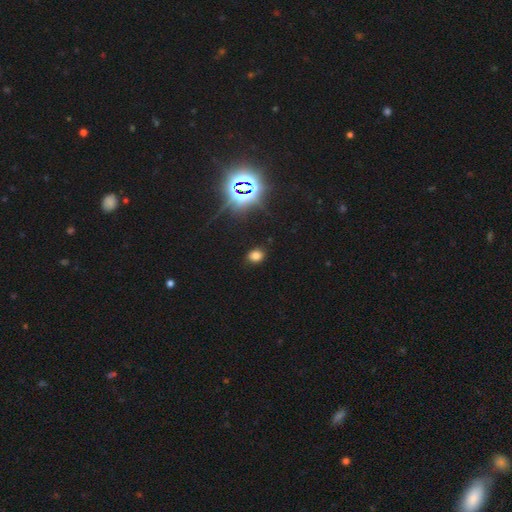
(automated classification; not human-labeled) smooth-or-featured: smooth: 70% | star or artifact: 23% | featured or disk: 6%
  how-rounded: in between: 56% | round: 42% | cigar-shaped: 1%
  merging: none: 86% | minor disturbance: 9% | major disturbance: 3% | merger: 1%